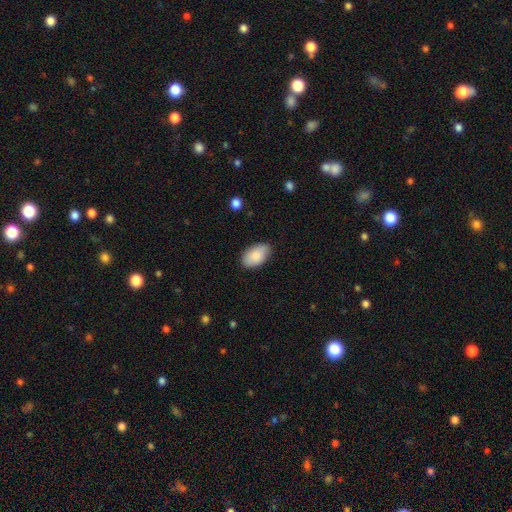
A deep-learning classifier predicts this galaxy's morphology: This is clearly a smooth galaxy (86%). How rounded: clearly in between (93%). Merging: likely none (78%).